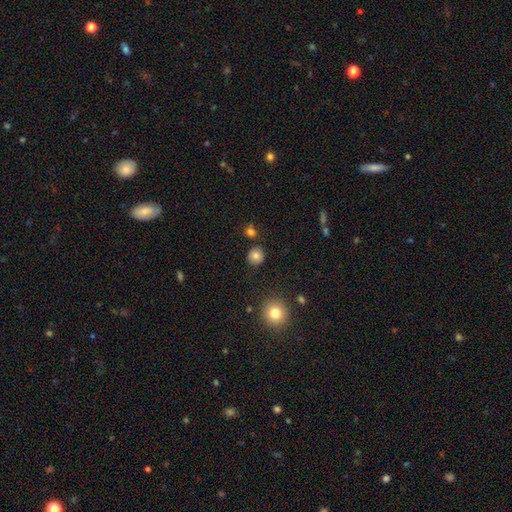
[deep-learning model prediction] smooth_or_featured: smooth (p=0.82) [alt: star or artifact p=0.11]
how_rounded: round (p=0.88) [alt: in between p=0.11]
merging: none (p=0.87) [alt: minor disturbance p=0.08]